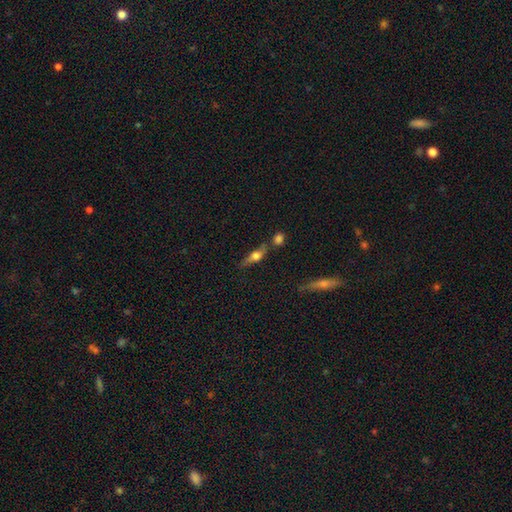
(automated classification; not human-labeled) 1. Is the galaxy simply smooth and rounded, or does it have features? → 52% featured or disk, 39% smooth, 9% star or artifact.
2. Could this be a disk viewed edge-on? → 88% yes, 12% no.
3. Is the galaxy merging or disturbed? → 59% none, 19% merger, 15% minor disturbance, 6% major disturbance.